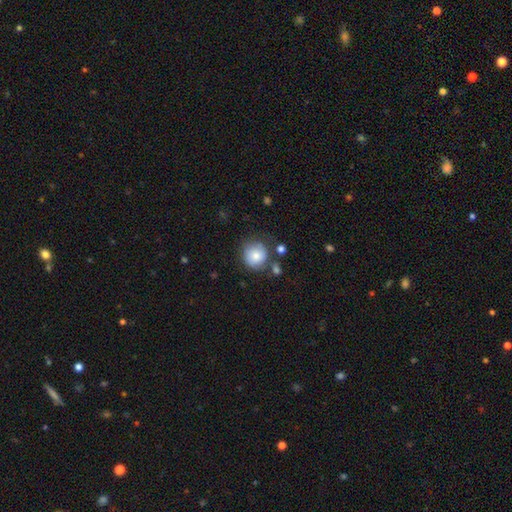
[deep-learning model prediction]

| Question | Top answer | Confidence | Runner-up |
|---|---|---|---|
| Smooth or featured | smooth | 77% | featured or disk (15%) |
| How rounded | round | 91% | in between (8%) |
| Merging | none | 67% | minor disturbance (19%) |